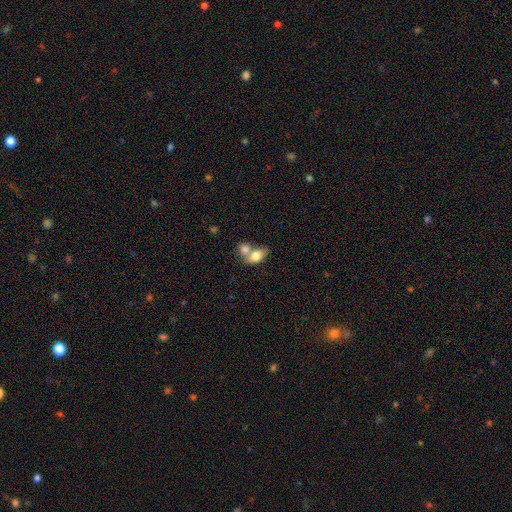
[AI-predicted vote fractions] Smooth or featured?
  - smooth: 75% *
  - featured or disk: 18%
  - star or artifact: 7%
How rounded?
  - in between: 79% *
  - round: 19%
  - cigar-shaped: 2%
Merging?
  - merger: 67% *
  - none: 21%
  - minor disturbance: 8%
  - major disturbance: 4%